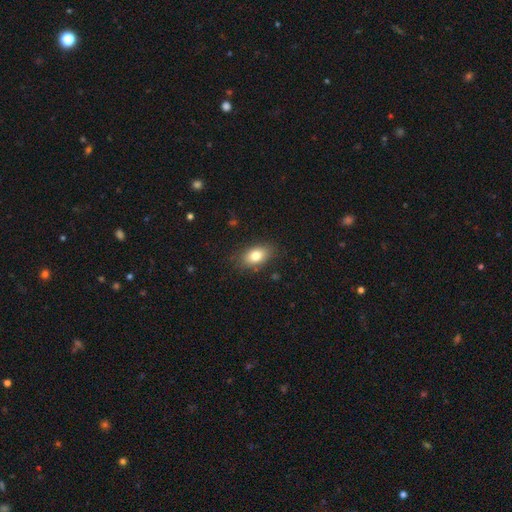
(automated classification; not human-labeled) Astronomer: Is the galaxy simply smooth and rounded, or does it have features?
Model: smooth — 80%.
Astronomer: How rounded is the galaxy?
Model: in between — 87%.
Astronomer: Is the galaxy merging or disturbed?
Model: none — 84%.